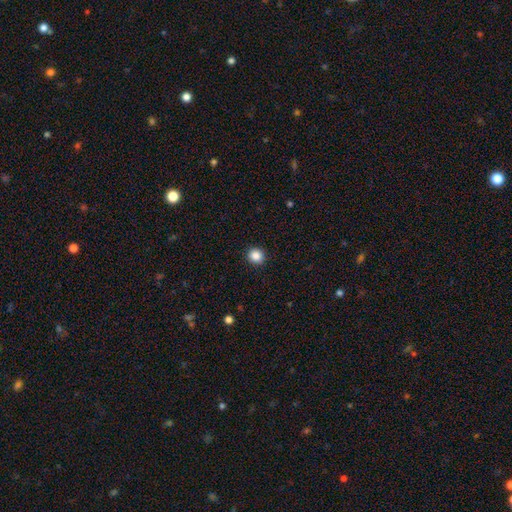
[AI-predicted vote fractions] Smooth or featured: smooth — 86% (star or artifact — 10%)
How rounded: round — 91% (in between — 8%)
Merging: none — 93% (minor disturbance — 5%)